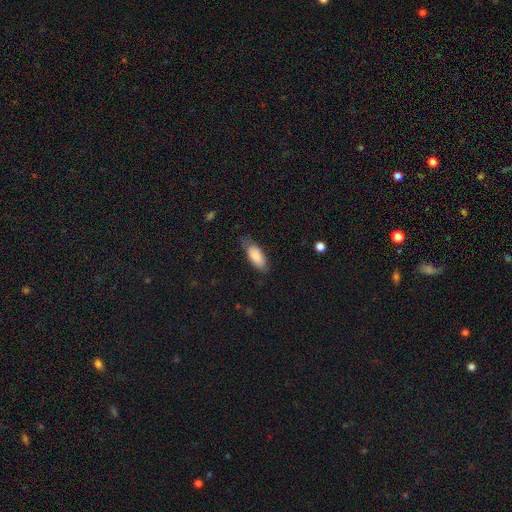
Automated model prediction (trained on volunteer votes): smooth 84%, featured or disk 10%, star or artifact 6%. Down the decision tree: how rounded — in between (82%); merging — none (65%).